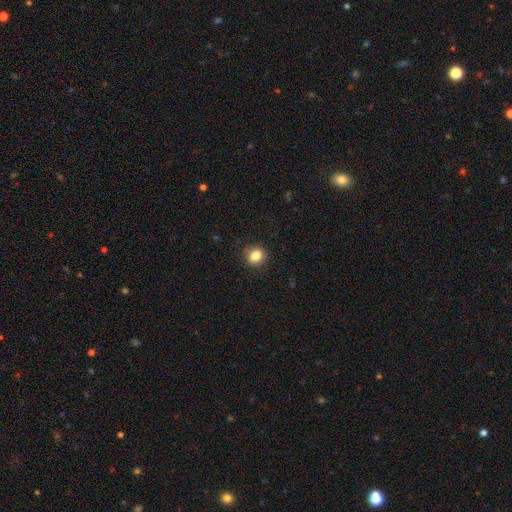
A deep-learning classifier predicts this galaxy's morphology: The model was most divided on "how rounded": round: 72%, in between: 28%, cigar-shaped: 1%. More confident: merging — none (85%); smooth or featured — smooth (84%).